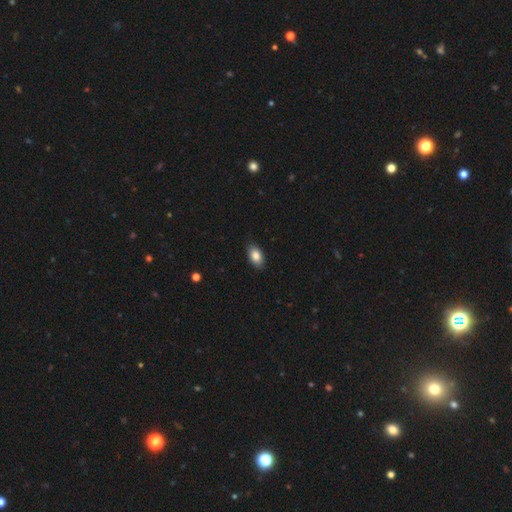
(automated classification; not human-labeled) smooth 85%, featured or disk 8%, star or artifact 7%. Down the decision tree: how rounded — in between (92%); merging — none (87%).